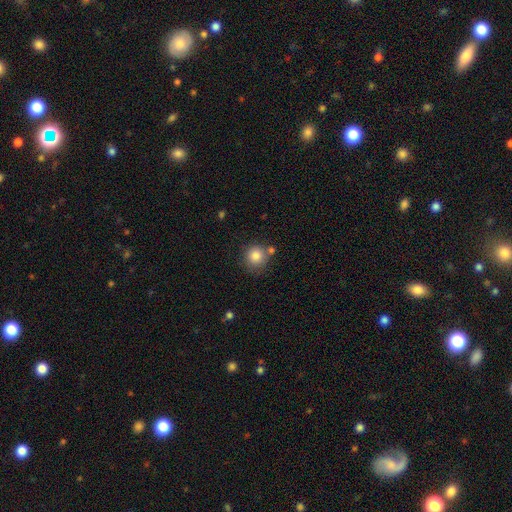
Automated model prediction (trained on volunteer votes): Morphology: type=smooth (83%); roundness=round (92%); merging=none (70%).